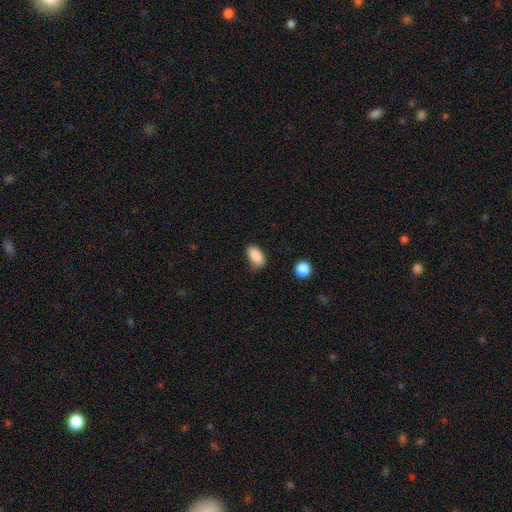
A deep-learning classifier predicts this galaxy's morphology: This appears to be a smooth galaxy with no disk features (88%) that is in between round and cigar-shaped (92%). Merging: none (67%).